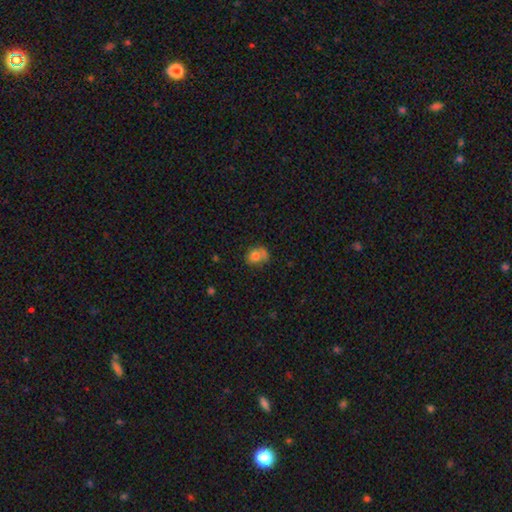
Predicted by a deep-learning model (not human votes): Overall: smooth (74%). How rounded: round (59%; in between 40%). Merging: none (43%; minor disturbance 22%).